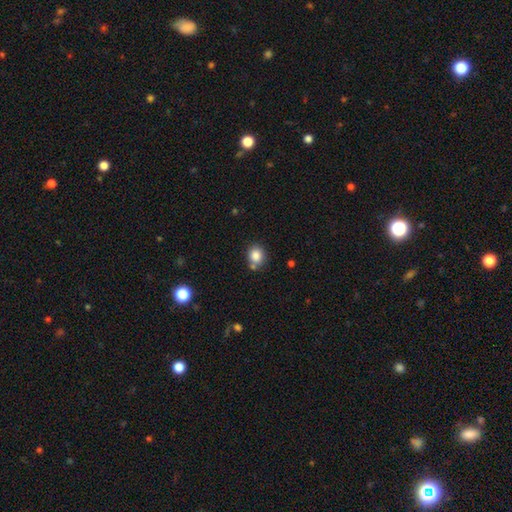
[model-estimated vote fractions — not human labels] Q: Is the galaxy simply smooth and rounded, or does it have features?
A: smooth — 84%.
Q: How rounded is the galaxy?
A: round — 77%.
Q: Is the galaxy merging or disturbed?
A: none — 71%.